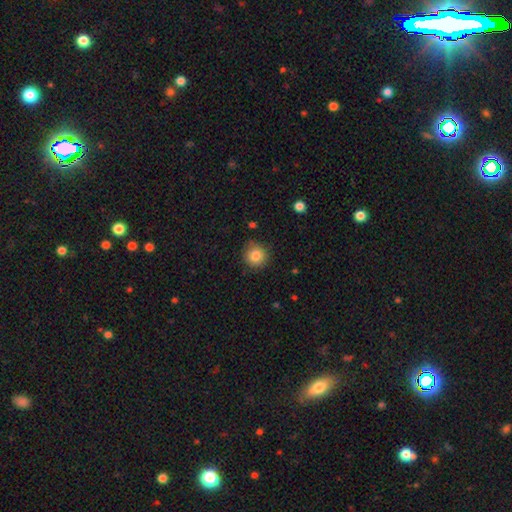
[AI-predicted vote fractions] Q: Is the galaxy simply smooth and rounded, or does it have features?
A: smooth — 83%.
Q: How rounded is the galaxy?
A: round — 93%.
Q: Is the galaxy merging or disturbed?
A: none — 86%.